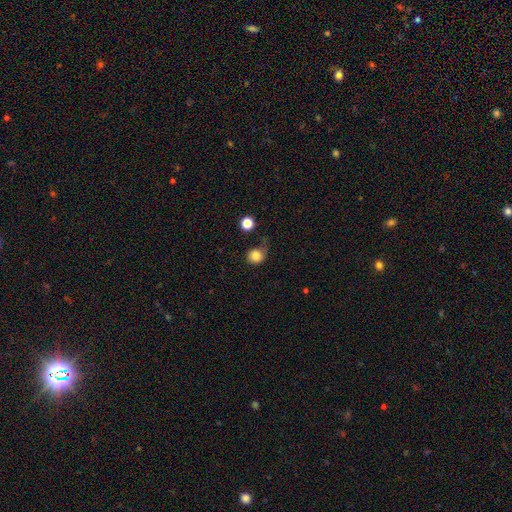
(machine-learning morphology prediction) This is clearly a smooth galaxy (82%). How rounded: clearly round (84%). Merging: possibly none (51%).